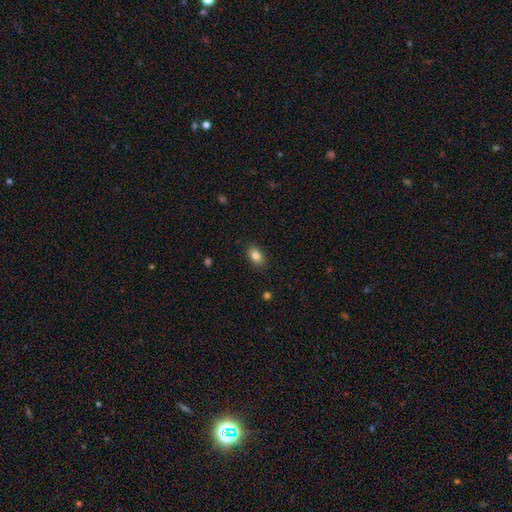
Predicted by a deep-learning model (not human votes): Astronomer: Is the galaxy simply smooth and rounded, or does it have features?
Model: smooth — 84%.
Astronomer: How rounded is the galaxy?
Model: in between — 88%.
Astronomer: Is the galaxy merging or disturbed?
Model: none — 87%.